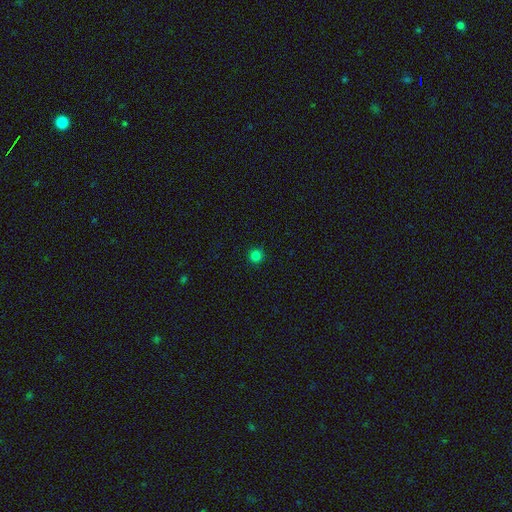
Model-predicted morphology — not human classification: smooth_or_featured: smooth (p=0.82) [alt: star or artifact p=0.15]
how_rounded: round (p=0.95) [alt: in between p=0.04]
merging: none (p=0.92) [alt: minor disturbance p=0.05]